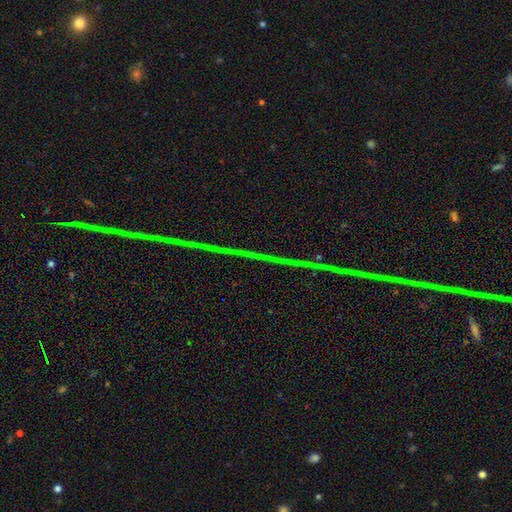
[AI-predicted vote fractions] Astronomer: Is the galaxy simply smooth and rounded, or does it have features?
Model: star or artifact — 89%.